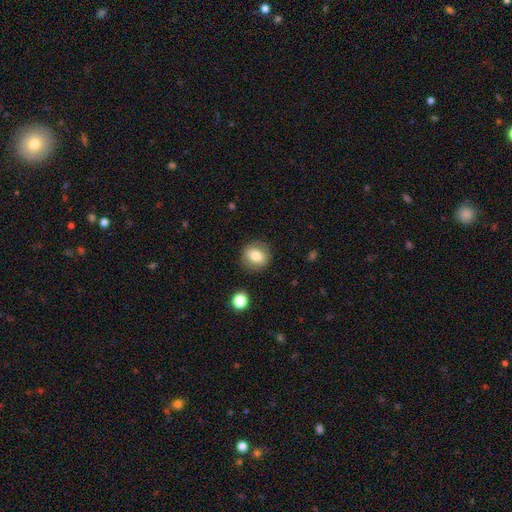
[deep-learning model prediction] A smooth galaxy with no disk features (75%) that is round (79%).

Vote fractions:
- Smooth or featured? smooth: 75% / featured or disk: 16% / star or artifact: 9%
- How rounded? round: 79% / in between: 20% / cigar-shaped: 1%
- Merging? none: 85% / minor disturbance: 10% / major disturbance: 3% / merger: 2%